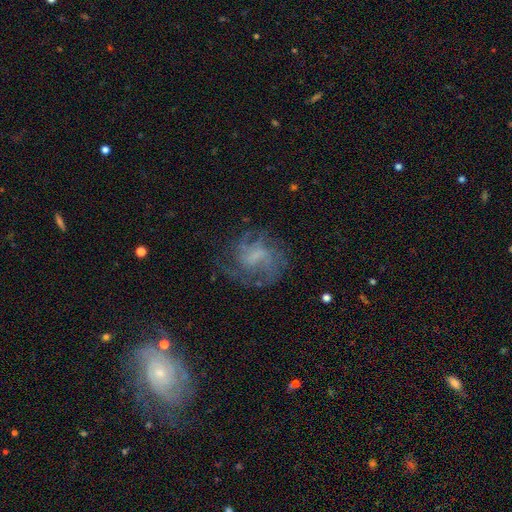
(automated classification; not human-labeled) Smooth or featured? Predicted: featured or disk (p=0.70). Edge-on disk? Predicted: no (p=0.97). Bar? Predicted: weak (p=0.47). Spiral arms? Predicted: yes (p=0.87). Spiral winding? Predicted: medium (p=0.44). Spiral arm count? Predicted: can't tell (p=0.34). Bulge size? Predicted: none (p=0.46). Merging? Predicted: none (p=0.63).